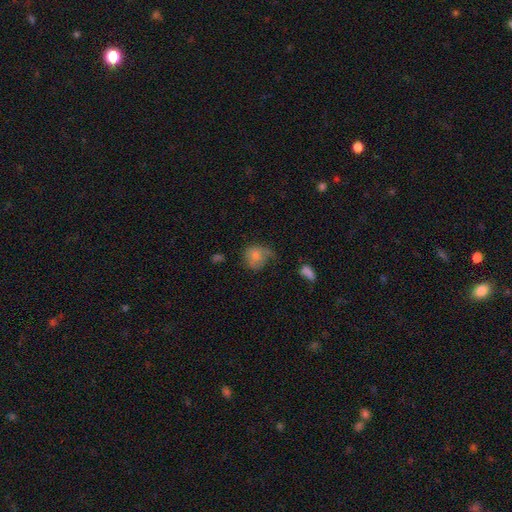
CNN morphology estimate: This is likely a smooth galaxy (73%). How rounded: likely round (75%). Merging: marginally none (42%).